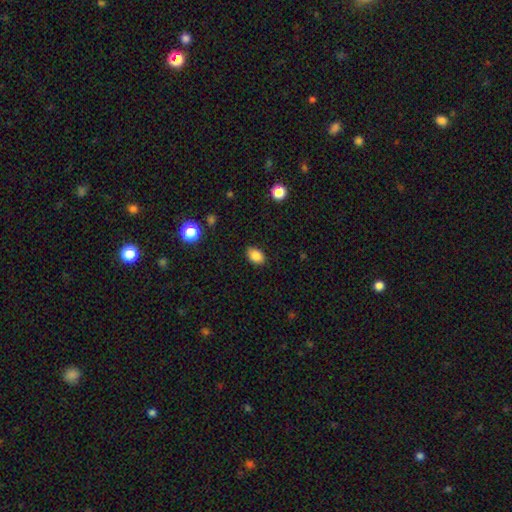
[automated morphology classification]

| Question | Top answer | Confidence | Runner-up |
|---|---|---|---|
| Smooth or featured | smooth | 86% | star or artifact (9%) |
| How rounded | in between | 82% | round (17%) |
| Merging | none | 87% | minor disturbance (10%) |